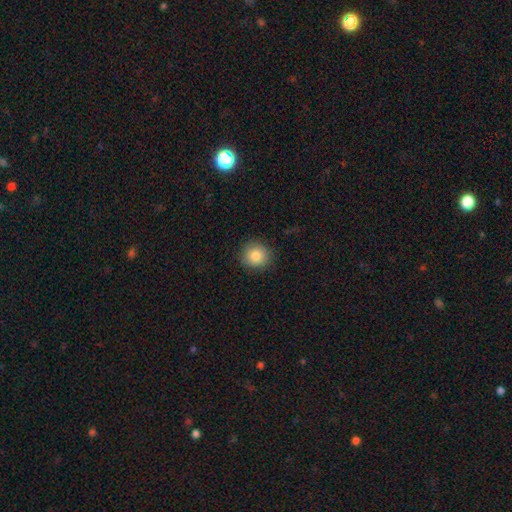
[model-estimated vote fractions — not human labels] The model was most divided on "smooth or featured": smooth: 83%, star or artifact: 10%, featured or disk: 7%. More confident: how rounded — round (91%); merging — none (89%).